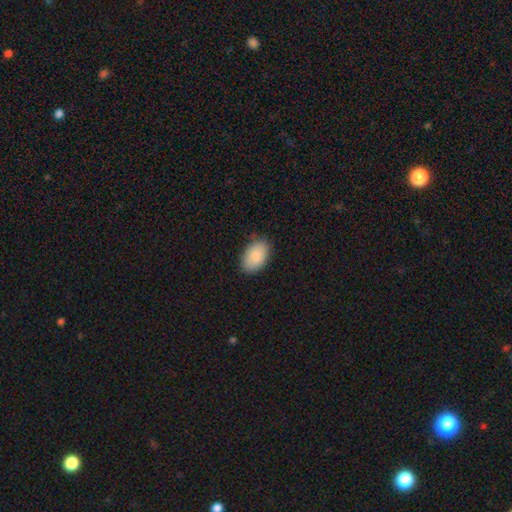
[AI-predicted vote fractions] smooth_or_featured: smooth (p=0.87) [alt: featured or disk p=0.07]
how_rounded: in between (p=0.91) [alt: round p=0.08]
merging: none (p=0.84) [alt: minor disturbance p=0.13]